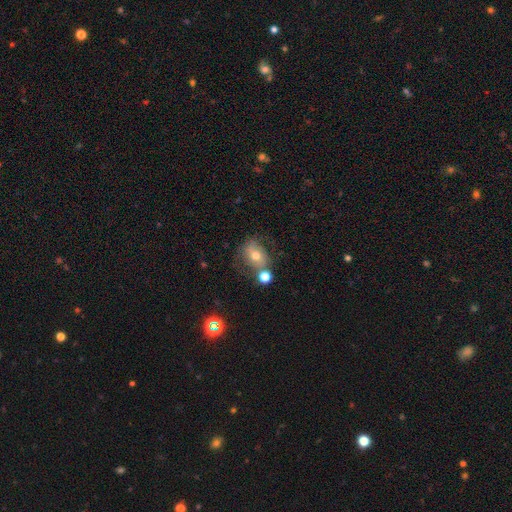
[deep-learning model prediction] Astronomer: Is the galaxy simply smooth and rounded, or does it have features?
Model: smooth — 51% (runner-up: featured or disk, 36%).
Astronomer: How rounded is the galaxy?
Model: in between — 50% (runner-up: round, 48%).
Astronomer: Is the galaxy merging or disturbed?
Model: none — 47%.